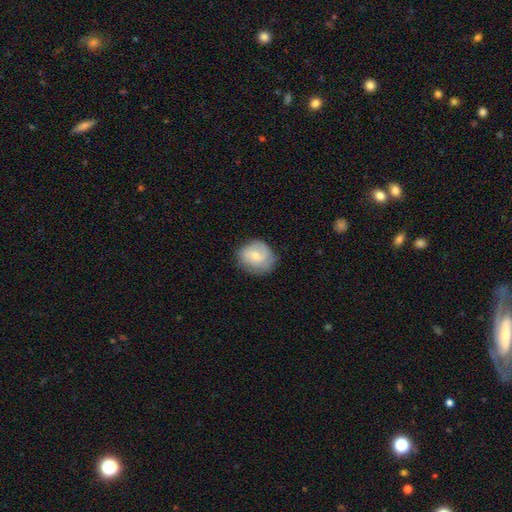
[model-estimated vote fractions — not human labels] Morphology: type=smooth (47%); merging=none (71%).